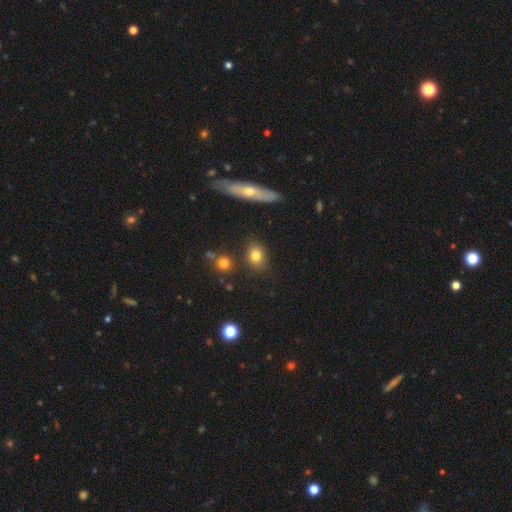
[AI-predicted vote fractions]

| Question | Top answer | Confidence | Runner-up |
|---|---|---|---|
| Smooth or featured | smooth | 80% | star or artifact (11%) |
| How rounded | round | 50% | in between (47%) |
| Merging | none | 79% | minor disturbance (13%) |